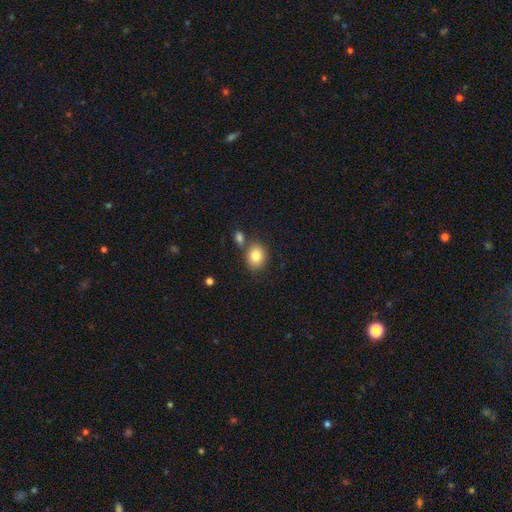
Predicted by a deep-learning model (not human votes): A smooth galaxy with no disk features (84%) that is in between round and cigar-shaped (52%). Merging: none (67%).